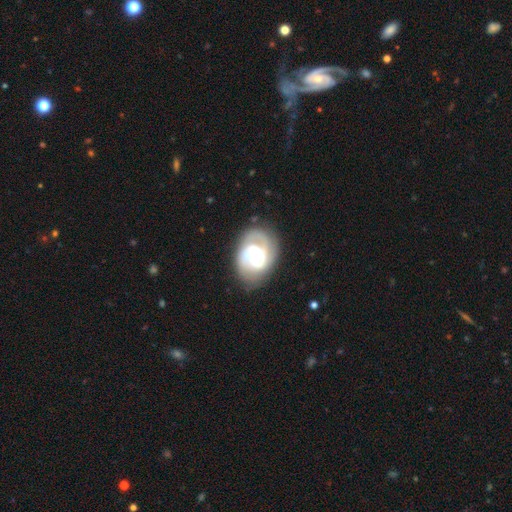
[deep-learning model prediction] A featured or disk galaxy (81%) with no bar (55%), 2 (58%) tight (49%) spiral arms (92%) and a moderate central bulge (63%).

Vote fractions:
- Smooth or featured? featured or disk: 81% / smooth: 14% / star or artifact: 5%
- Edge-on disk? no: 97% / yes: 3%
- Bar? no: 55% / weak: 36% / strong: 9%
- Spiral arms? yes: 92% / no: 8%
- Spiral winding? tight: 49% / medium: 39% / loose: 11%
- Spiral arm count? 2: 58% / can't tell: 17% / 3: 14% / 1: 6% / 4: 3% / more than 4: 2%
- Bulge size? moderate: 63% / small: 25% / large: 10% / dominant: 1% / none: 1%
- Merging? none: 73% / minor disturbance: 17% / major disturbance: 8% / merger: 2%